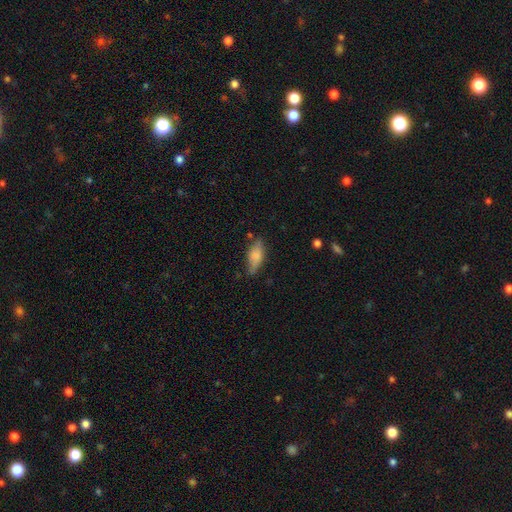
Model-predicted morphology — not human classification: Smooth or featured?
  - smooth: 73% *
  - featured or disk: 20%
  - star or artifact: 7%
How rounded?
  - in between: 68% *
  - cigar-shaped: 30%
  - round: 3%
Merging?
  - none: 67% *
  - minor disturbance: 24%
  - major disturbance: 6%
  - merger: 3%